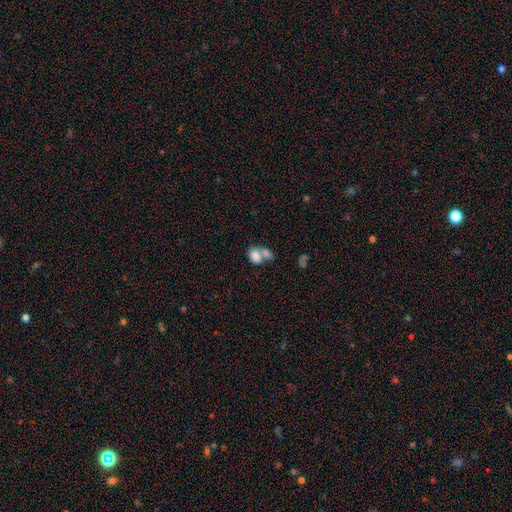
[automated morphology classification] This is likely a smooth galaxy (80%). How rounded: likely in between (74%). Merging: likely merger (61%).